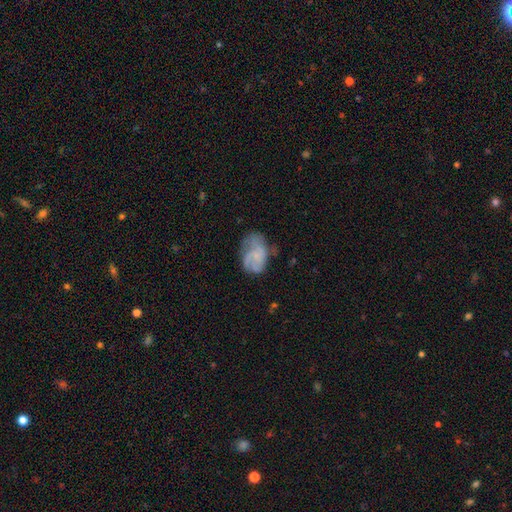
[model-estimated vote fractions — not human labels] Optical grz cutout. It shows a featured or disk galaxy (56%) with no bar (79%), spiral arms (73%) and no central bulge (53%). Merging: none (46%).